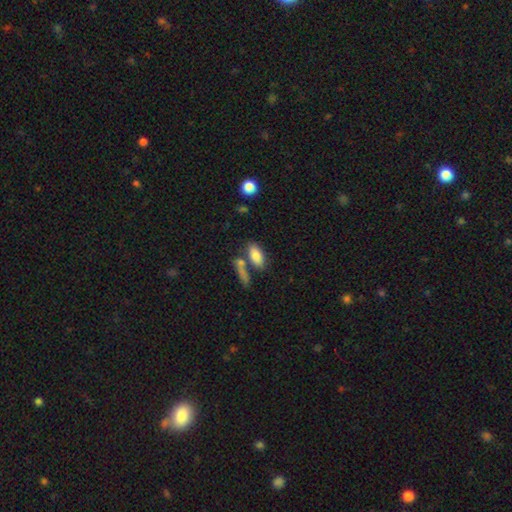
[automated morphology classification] Overall: smooth (81%). How rounded: in between (85%). Merging: none (56%; merger 25%).